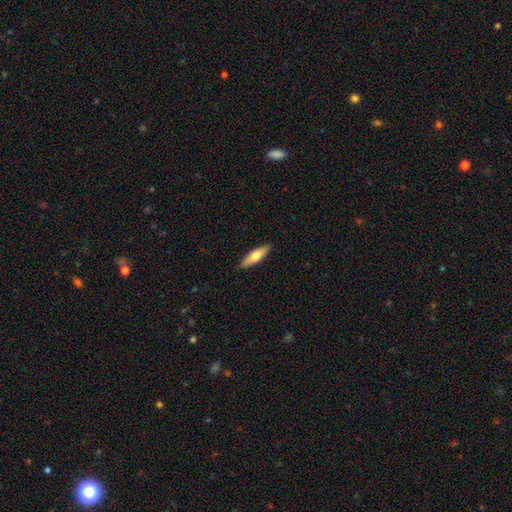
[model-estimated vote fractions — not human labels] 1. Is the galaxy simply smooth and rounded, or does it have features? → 63% smooth, 32% featured or disk, 5% star or artifact.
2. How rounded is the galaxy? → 57% cigar-shaped, 41% in between, 2% round.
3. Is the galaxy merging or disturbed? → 90% none, 8% minor disturbance, 2% major disturbance, 1% merger.